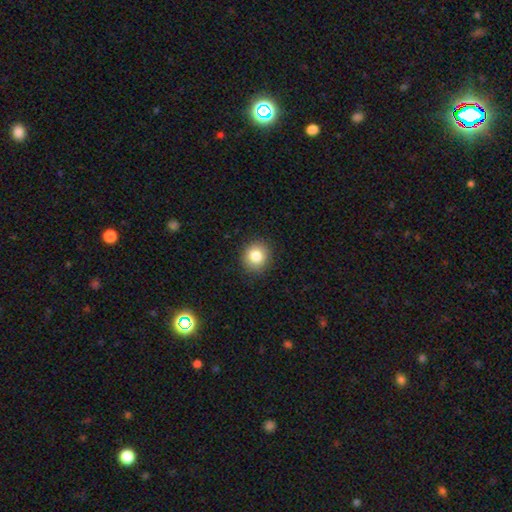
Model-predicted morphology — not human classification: Overall: smooth (83%). How rounded: round (85%). Merging: none (90%).